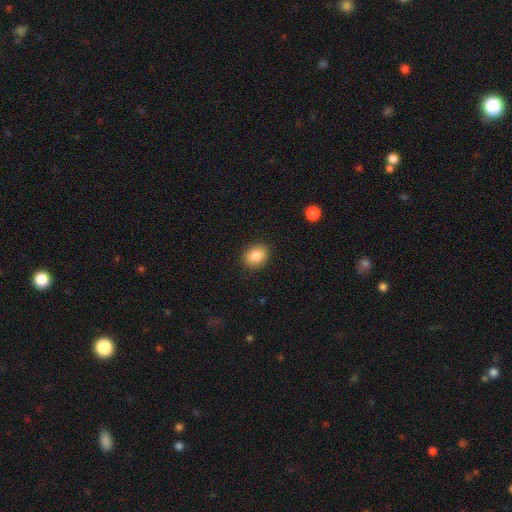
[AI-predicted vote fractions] Overall: smooth (86%). How rounded: in between (55%; round 44%). Merging: none (89%).